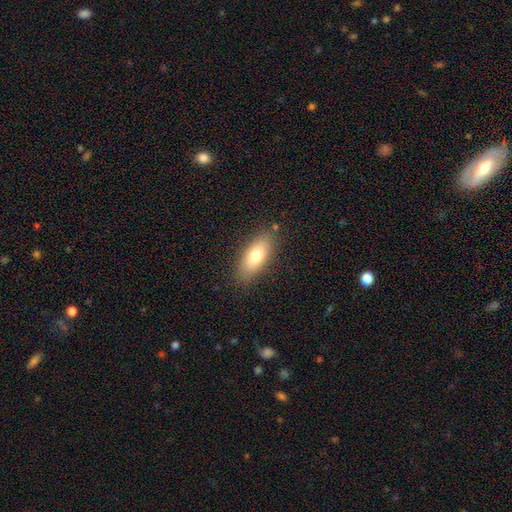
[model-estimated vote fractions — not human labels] smooth-or-featured: smooth: 74% | featured or disk: 19% | star or artifact: 7%
  how-rounded: in between: 79% | cigar-shaped: 18% | round: 3%
  merging: none: 85% | minor disturbance: 11% | major disturbance: 3% | merger: 2%